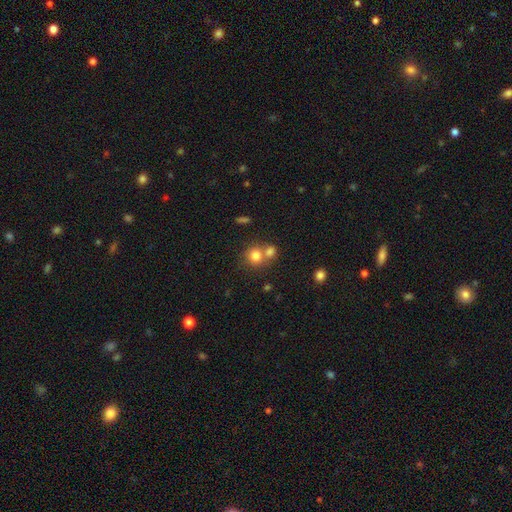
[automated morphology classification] A smooth galaxy with no disk features (78%) that is round (84%).

Vote fractions:
- Smooth or featured? smooth: 78% / star or artifact: 12% / featured or disk: 10%
- How rounded? round: 84% / in between: 15% / cigar-shaped: 1%
- Merging? none: 48% / merger: 42% / minor disturbance: 7% / major disturbance: 3%